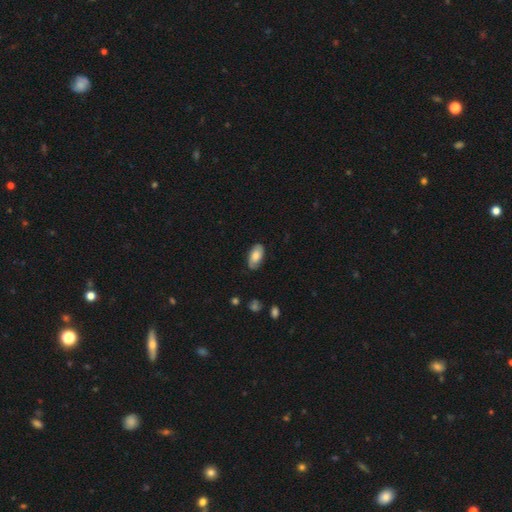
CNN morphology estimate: smooth_or_featured: smooth (p=0.50) [alt: featured or disk p=0.43]
how_rounded: in between (p=0.93) [alt: round p=0.04]
merging: none (p=0.79) [alt: minor disturbance p=0.16]